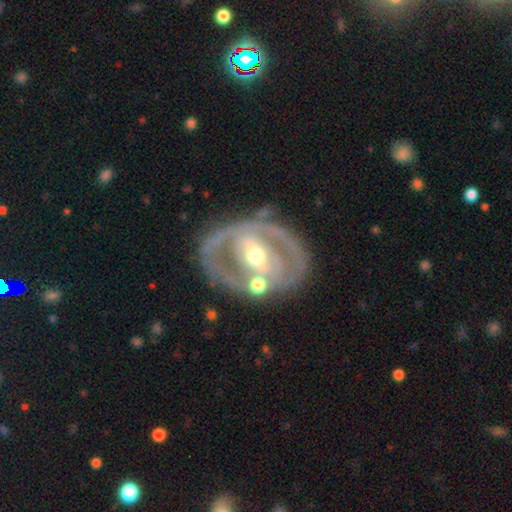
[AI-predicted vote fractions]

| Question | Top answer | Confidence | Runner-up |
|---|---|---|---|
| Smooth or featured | featured or disk | 80% | smooth (15%) |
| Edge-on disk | no | 94% | yes (6%) |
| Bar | strong | 38% | weak (34%) |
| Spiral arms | yes | 51% | no (49%) |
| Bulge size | moderate | 65% | small (29%) |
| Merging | none | 65% | minor disturbance (18%) |